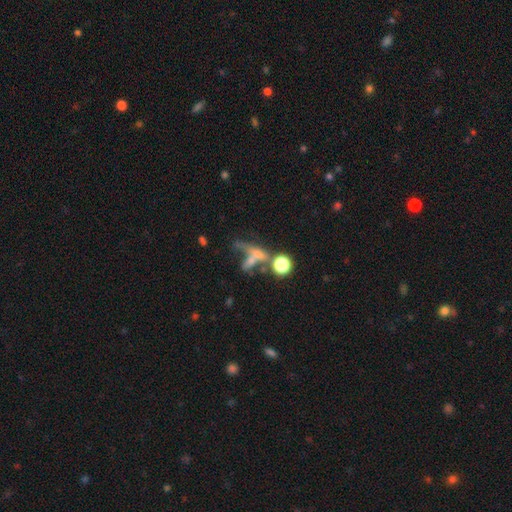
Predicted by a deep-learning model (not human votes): smooth_or_featured: smooth (p=0.39) [alt: featured or disk p=0.38]
merging: merger (p=0.36) [alt: none p=0.28]